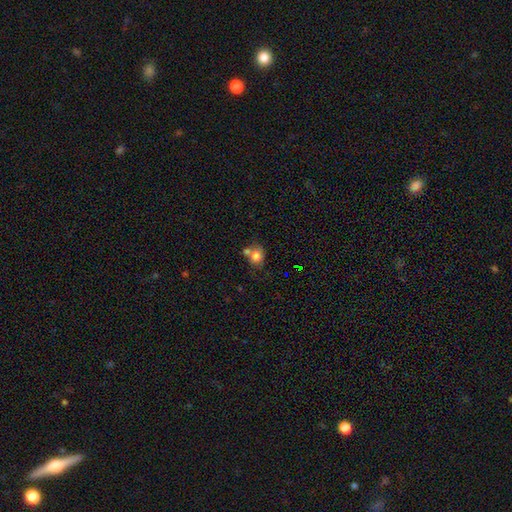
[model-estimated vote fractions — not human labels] This is likely a smooth galaxy (77%). How rounded: likely round (69%). Merging: marginally none (45%).